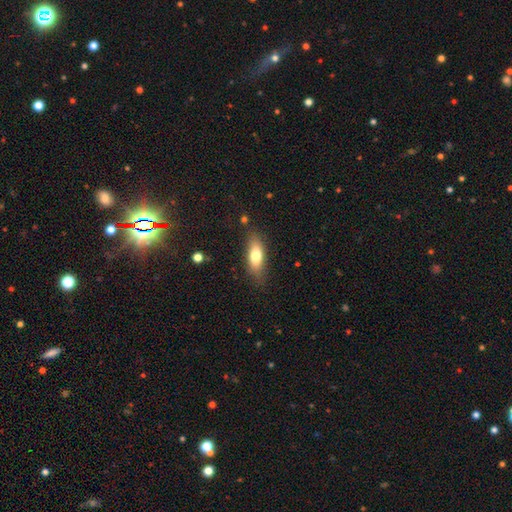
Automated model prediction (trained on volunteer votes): Q: Smooth or featured?
A: smooth (74%); runner-up: featured or disk (19%)
Q: How rounded?
A: in between (69%); runner-up: cigar-shaped (27%)
Q: Merging?
A: none (81%); runner-up: minor disturbance (14%)